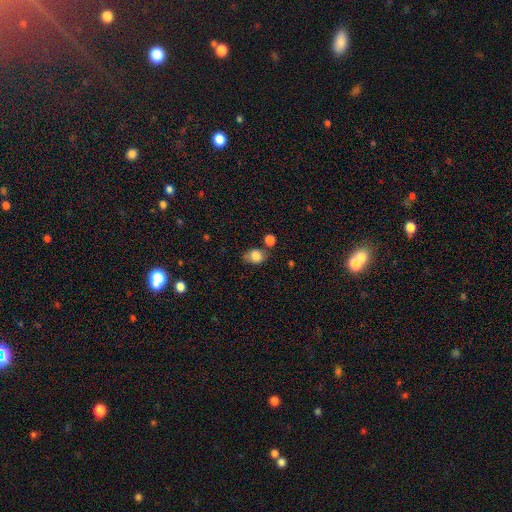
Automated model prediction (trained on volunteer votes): A smooth galaxy with no disk features (82%) that is in between round and cigar-shaped (63%).

Vote fractions:
- Smooth or featured? smooth: 82% / star or artifact: 9% / featured or disk: 9%
- How rounded? in between: 63% / round: 35% / cigar-shaped: 1%
- Merging? none: 59% / minor disturbance: 23% / merger: 11% / major disturbance: 7%